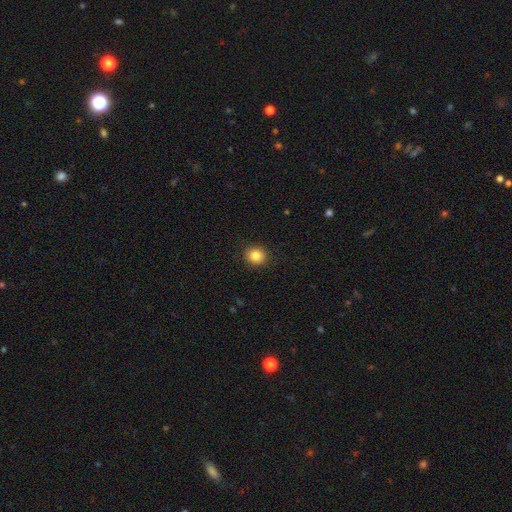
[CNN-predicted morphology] The model was most divided on "smooth or featured": smooth: 84%, star or artifact: 11%, featured or disk: 5%. More confident: merging — none (91%); how rounded — round (87%).